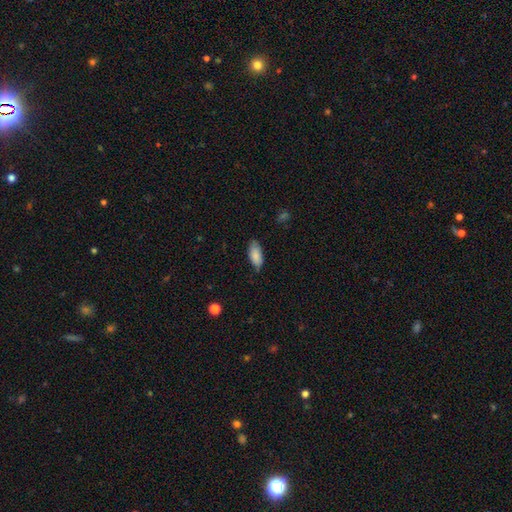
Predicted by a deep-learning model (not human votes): Smooth or featured? Predicted: smooth (p=0.85). How rounded? Predicted: in between (p=0.89). Merging? Predicted: none (p=0.71).